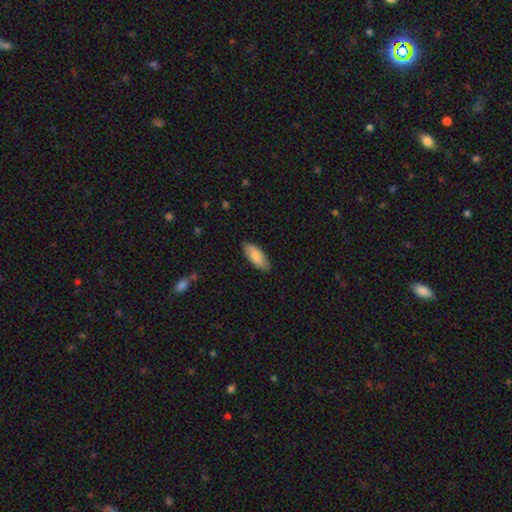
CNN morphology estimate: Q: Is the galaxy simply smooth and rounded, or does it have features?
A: smooth — 86%.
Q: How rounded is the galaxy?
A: in between — 81%.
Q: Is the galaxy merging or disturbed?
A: none — 85%.